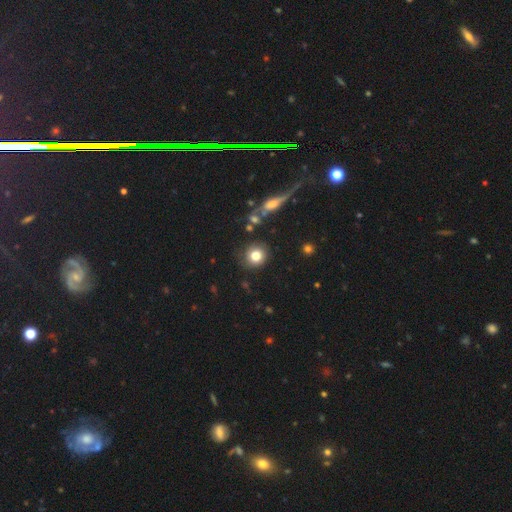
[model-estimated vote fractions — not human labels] This appears to be a smooth galaxy with no disk features (79%) that is round (90%). Merging: none (81%).